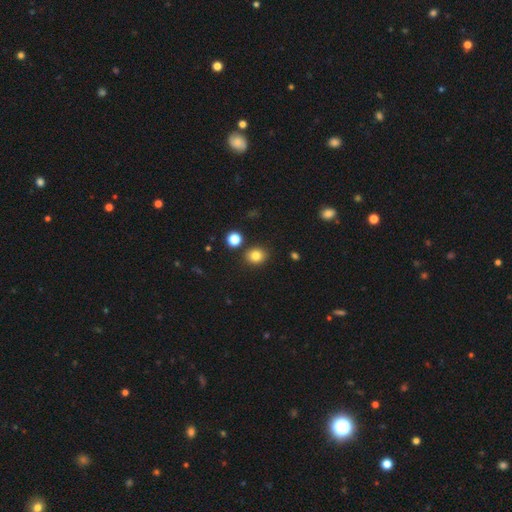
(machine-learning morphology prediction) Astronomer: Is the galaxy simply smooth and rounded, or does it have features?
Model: smooth — 82%.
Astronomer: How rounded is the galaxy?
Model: round — 66%.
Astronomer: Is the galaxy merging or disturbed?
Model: none — 84%.